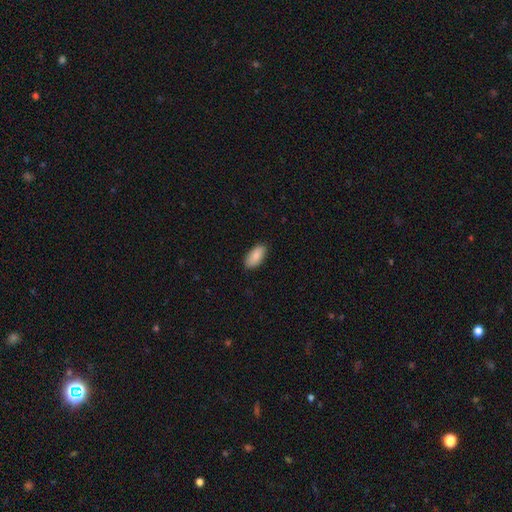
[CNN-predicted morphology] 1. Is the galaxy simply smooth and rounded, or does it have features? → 87% smooth, 7% featured or disk, 6% star or artifact.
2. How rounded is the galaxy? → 93% in between, 5% cigar-shaped, 2% round.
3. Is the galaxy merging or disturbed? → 86% none, 11% minor disturbance, 2% major disturbance, 1% merger.